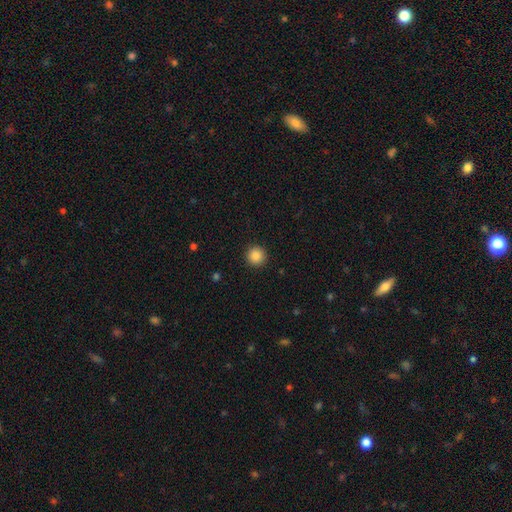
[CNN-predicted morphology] Smooth or featured?
  - smooth: 86% *
  - star or artifact: 10%
  - featured or disk: 4%
How rounded?
  - round: 95% *
  - in between: 4%
  - cigar-shaped: 1%
Merging?
  - none: 93% *
  - minor disturbance: 5%
  - major disturbance: 2%
  - merger: 1%